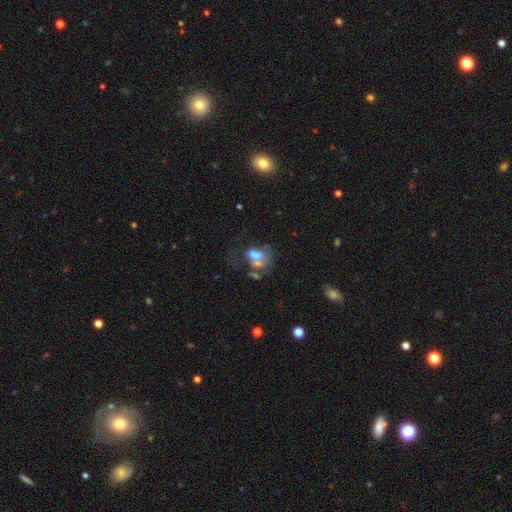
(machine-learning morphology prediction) A smooth galaxy with no disk features (48%).

Vote fractions:
- Smooth or featured? smooth: 48% / featured or disk: 39% / star or artifact: 13%
- Merging? merger: 36% / major disturbance: 31% / none: 19% / minor disturbance: 13%